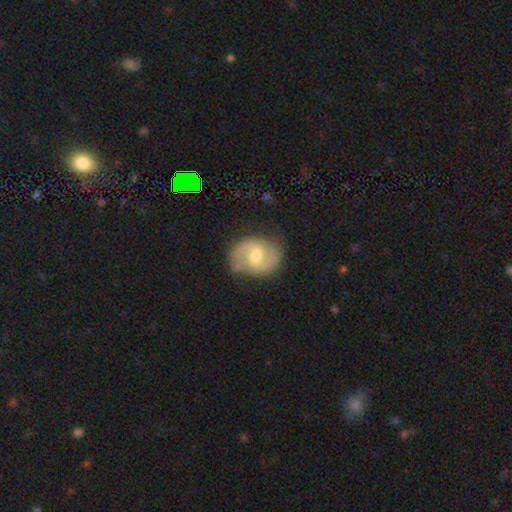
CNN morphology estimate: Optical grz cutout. It shows a featured or disk galaxy (82%) with a weak bar (58%), 2 (91%) medium (57%) spiral arms (94%) and a moderate central bulge (69%). Merging: none (80%).